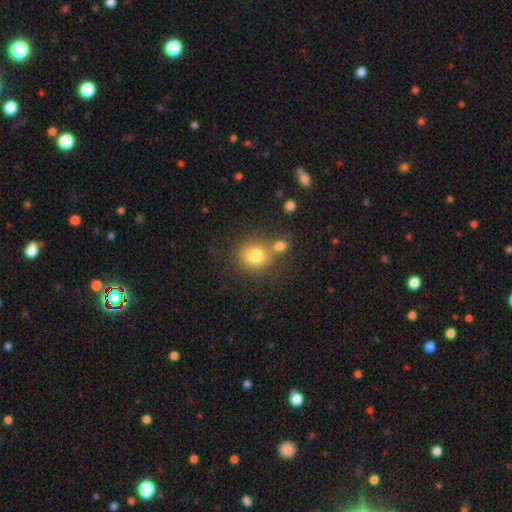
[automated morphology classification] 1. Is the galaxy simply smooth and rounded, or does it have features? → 79% smooth, 11% star or artifact, 10% featured or disk.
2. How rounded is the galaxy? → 79% round, 20% in between, 1% cigar-shaped.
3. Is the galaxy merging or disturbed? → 58% none, 28% merger, 10% minor disturbance, 4% major disturbance.